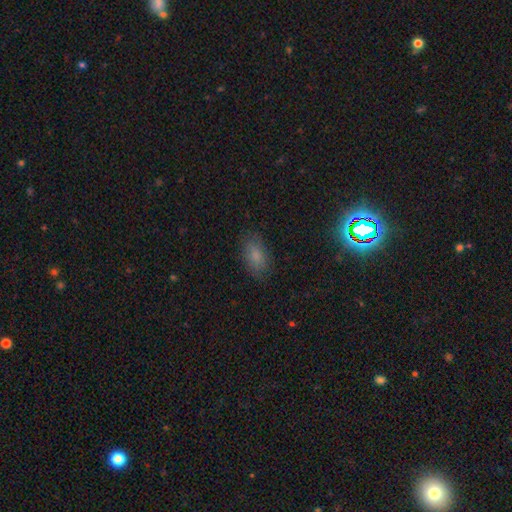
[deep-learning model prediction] smooth-or-featured: smooth: 77% | star or artifact: 13% | featured or disk: 10%
  how-rounded: in between: 90% | round: 6% | cigar-shaped: 5%
  merging: none: 81% | minor disturbance: 14% | major disturbance: 4% | merger: 1%